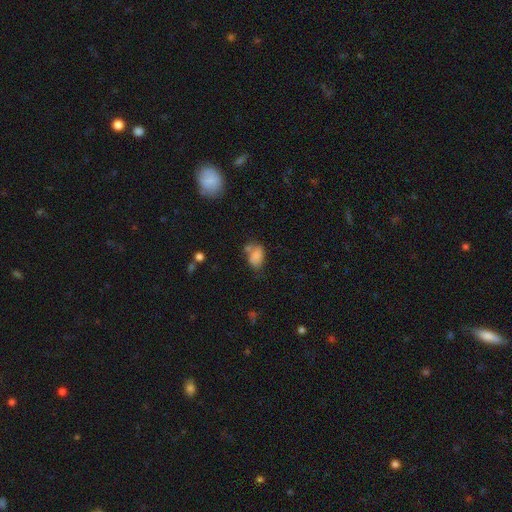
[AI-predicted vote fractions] Q: Smooth or featured?
A: smooth (80%); runner-up: star or artifact (10%)
Q: How rounded?
A: in between (85%); runner-up: round (13%)
Q: Merging?
A: none (45%); runner-up: minor disturbance (24%)